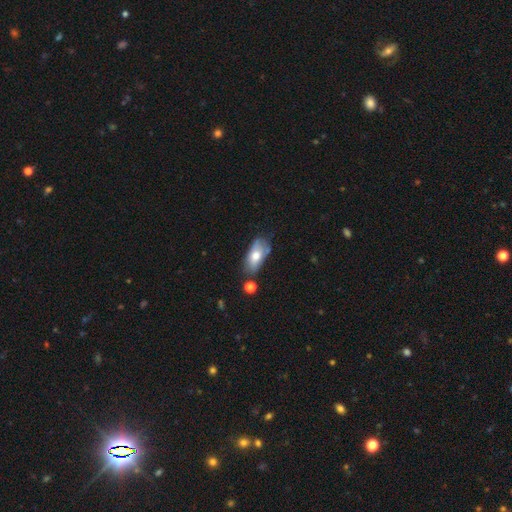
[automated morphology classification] Smooth or featured? Predicted: smooth (p=0.64). How rounded? Predicted: in between (p=0.89). Merging? Predicted: none (p=0.53).